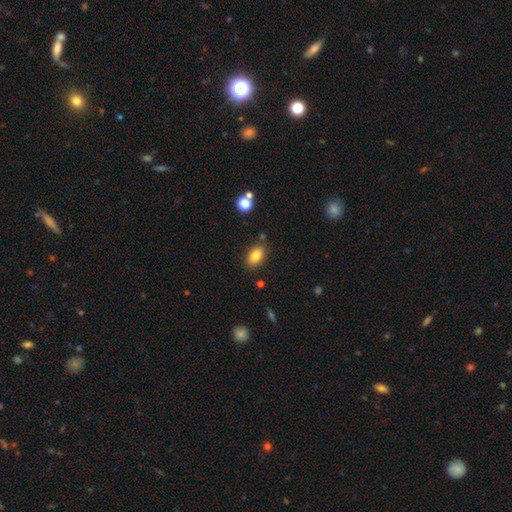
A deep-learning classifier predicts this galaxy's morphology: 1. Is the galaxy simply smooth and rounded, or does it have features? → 84% smooth, 9% star or artifact, 8% featured or disk.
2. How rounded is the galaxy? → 88% in between, 9% round, 2% cigar-shaped.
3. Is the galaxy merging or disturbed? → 82% none, 11% minor disturbance, 4% merger, 3% major disturbance.